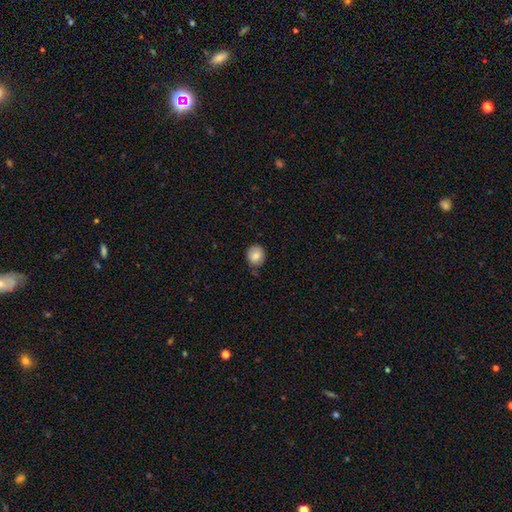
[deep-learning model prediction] Smooth or featured? Predicted: smooth (p=0.80). How rounded? Predicted: round (p=0.71). Merging? Predicted: none (p=0.71).